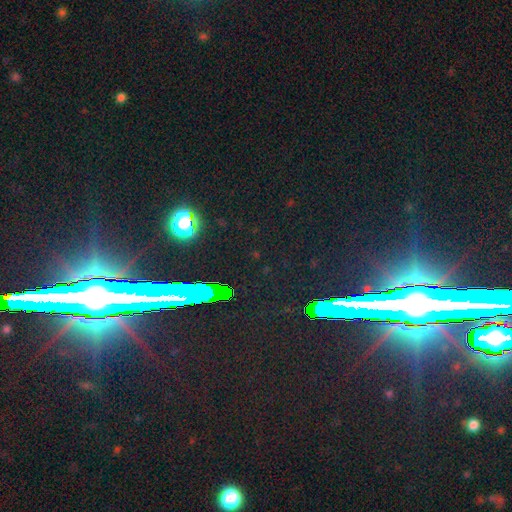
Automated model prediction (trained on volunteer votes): A star or artifact, not a galaxy (80%).

Vote fractions:
- Smooth or featured? star or artifact: 80% / featured or disk: 11% / smooth: 9%